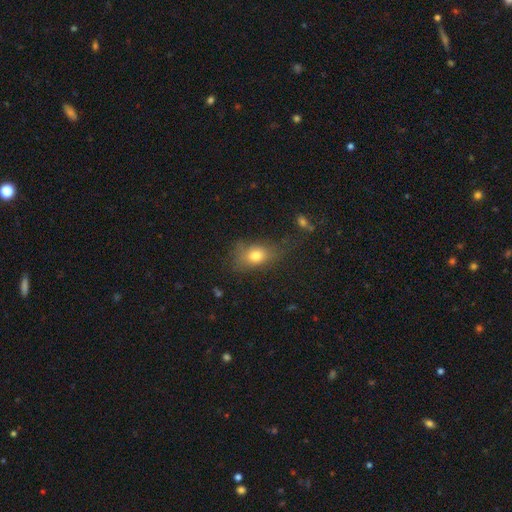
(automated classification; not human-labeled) smooth_or_featured: smooth (p=0.75) [alt: featured or disk p=0.13]
how_rounded: in between (p=0.69) [alt: round p=0.28]
merging: none (p=0.48) [alt: minor disturbance p=0.29]